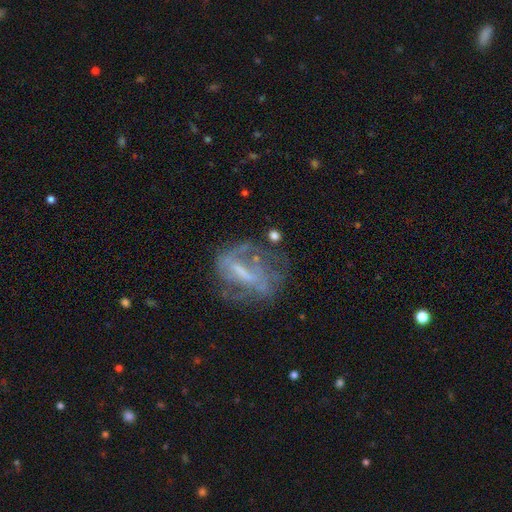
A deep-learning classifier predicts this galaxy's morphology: smooth_or_featured: featured or disk (p=0.63) [alt: smooth p=0.19]
disk_edge_on: no (p=0.85) [alt: yes p=0.15]
bar: strong (p=0.46) [alt: weak p=0.32]
has_spiral_arms: yes (p=0.52) [alt: no p=0.48]
bulge_size: small (p=0.44) [alt: none p=0.26]
merging: none (p=0.57) [alt: minor disturbance p=0.20]